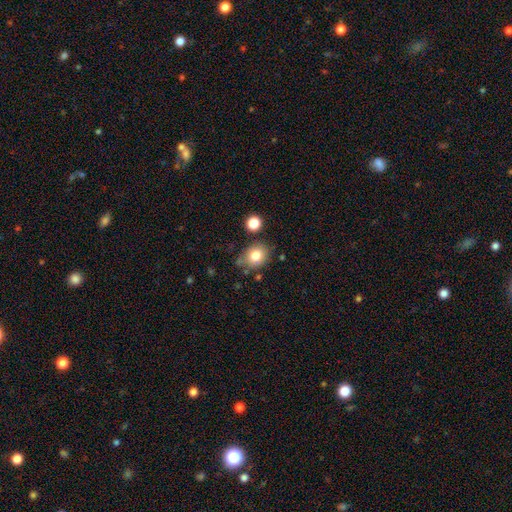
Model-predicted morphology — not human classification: smooth_or_featured: smooth (p=0.80) [alt: star or artifact p=0.10]
how_rounded: round (p=0.64) [alt: in between p=0.36]
merging: none (p=0.72) [alt: minor disturbance p=0.16]